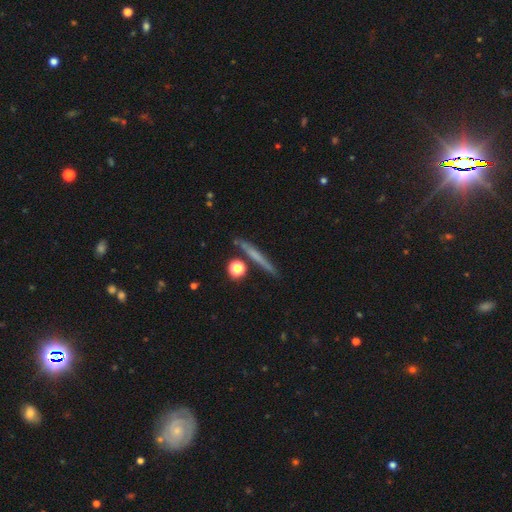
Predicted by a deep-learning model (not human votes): This appears to be a smooth galaxy with no disk features (50%) that is cigar-shaped (89%). Merging: none (83%).